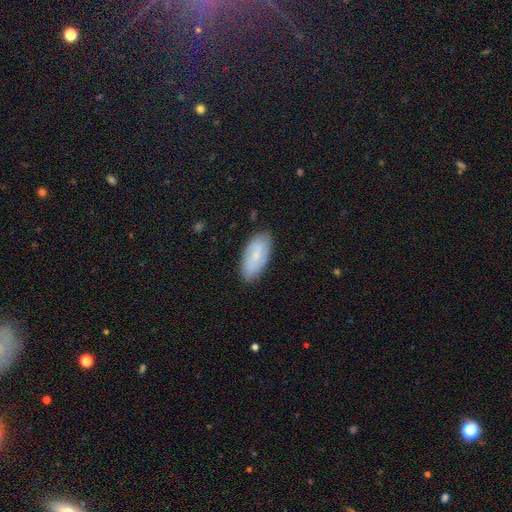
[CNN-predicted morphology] smooth-or-featured: smooth: 60% | featured or disk: 33% | star or artifact: 7%
  how-rounded: in between: 91% | cigar-shaped: 7% | round: 3%
  merging: none: 83% | minor disturbance: 13% | major disturbance: 3% | merger: 1%